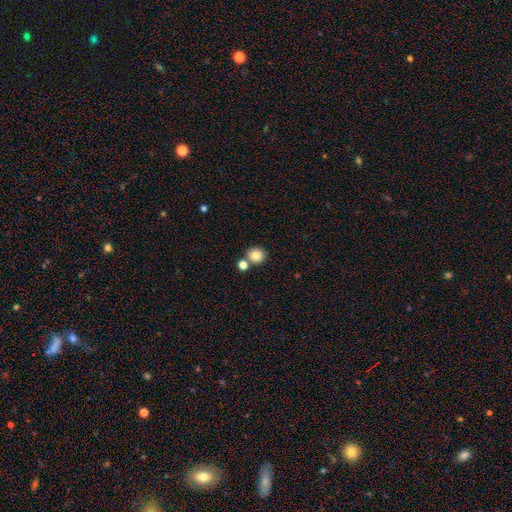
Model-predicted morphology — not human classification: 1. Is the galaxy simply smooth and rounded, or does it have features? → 84% smooth, 10% star or artifact, 6% featured or disk.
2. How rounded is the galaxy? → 90% round, 10% in between, 1% cigar-shaped.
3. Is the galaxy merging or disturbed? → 71% none, 19% merger, 7% minor disturbance, 2% major disturbance.